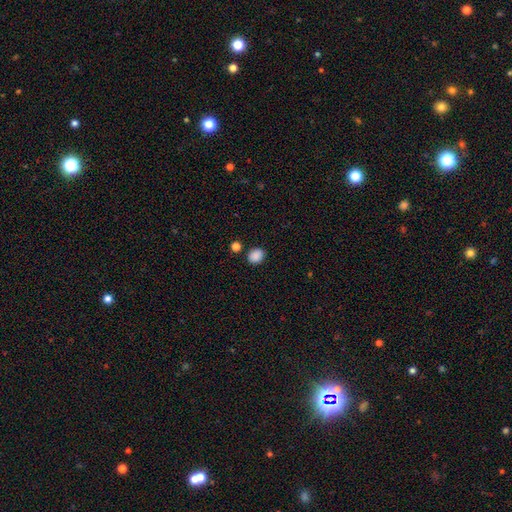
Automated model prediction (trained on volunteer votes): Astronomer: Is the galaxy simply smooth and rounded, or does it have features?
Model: smooth — 88%.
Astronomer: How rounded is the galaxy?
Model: round — 56% (runner-up: in between, 43%).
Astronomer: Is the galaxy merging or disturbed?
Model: none — 85%.